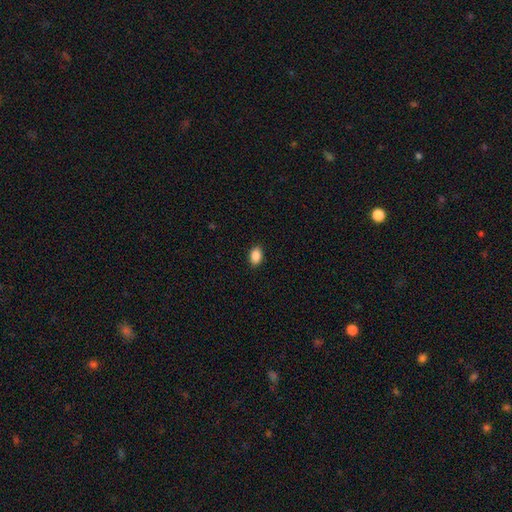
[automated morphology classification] A smooth galaxy with no disk features (89%) that is in between round and cigar-shaped (83%). Merging: none (89%).